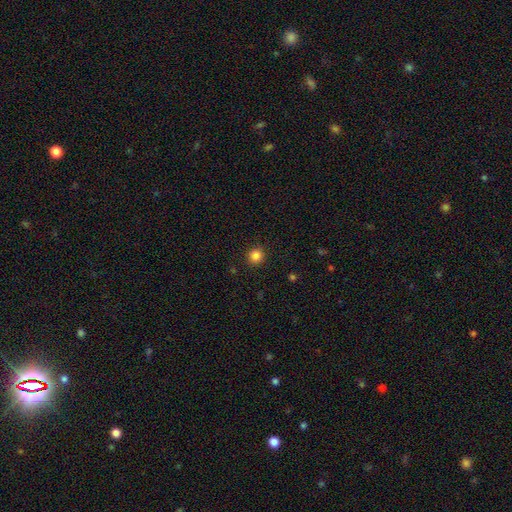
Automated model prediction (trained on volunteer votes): smooth 85%, star or artifact 12%, featured or disk 3%. Down the decision tree: how rounded — round (93%); merging — none (91%).